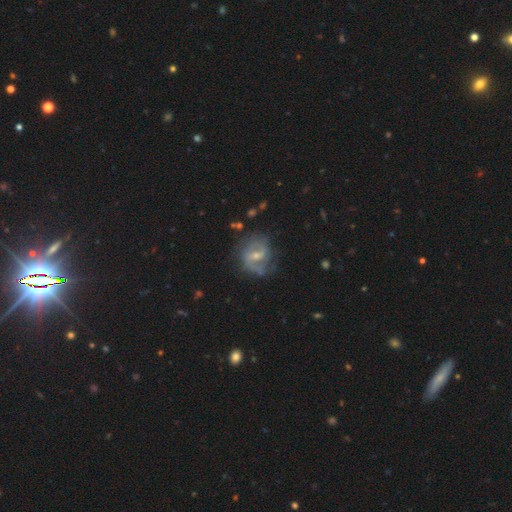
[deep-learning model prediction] smooth_or_featured: featured or disk (p=0.80) [alt: smooth p=0.14]
disk_edge_on: no (p=0.97) [alt: yes p=0.03]
bar: weak (p=0.57) [alt: strong p=0.24]
has_spiral_arms: yes (p=0.90) [alt: no p=0.10]
spiral_winding: medium (p=0.49) [alt: tight p=0.26]
spiral_arm_count: 2 (p=0.78) [alt: can't tell p=0.11]
bulge_size: small (p=0.49) [alt: moderate p=0.44]
merging: none (p=0.65) [alt: minor disturbance p=0.21]